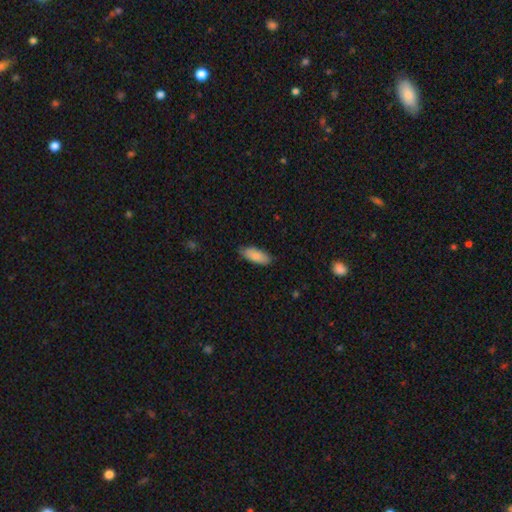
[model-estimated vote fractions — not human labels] Smooth or featured? smooth (85%)
How rounded? in between (82%)
Merging? none (83%)